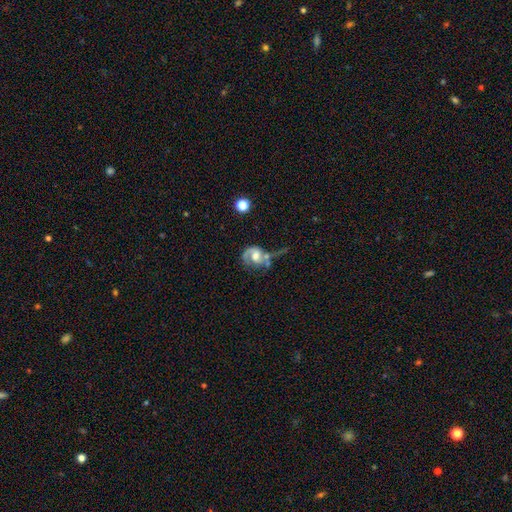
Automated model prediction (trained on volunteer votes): This appears to be a featured or disk galaxy (71%) with no bar (56%), 2 (54%) medium (41%) spiral arms (85%) and a moderate central bulge (52%). Merging: major disturbance (30%).